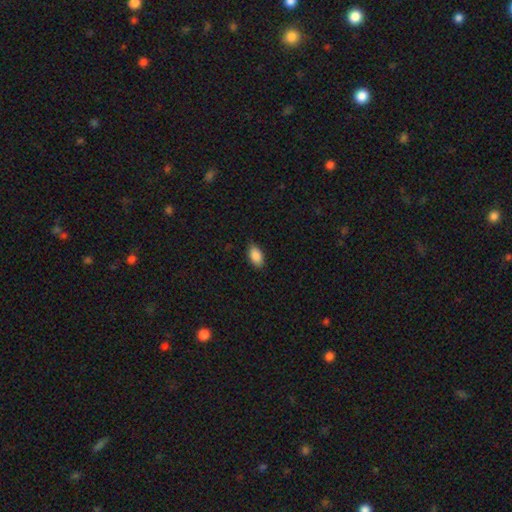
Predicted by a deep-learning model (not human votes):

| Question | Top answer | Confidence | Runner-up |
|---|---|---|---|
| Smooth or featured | smooth | 89% | star or artifact (7%) |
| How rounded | in between | 93% | round (4%) |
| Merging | none | 84% | minor disturbance (13%) |